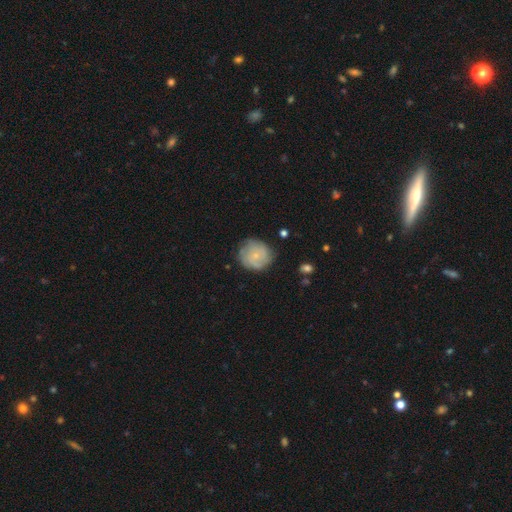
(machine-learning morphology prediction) A featured or disk galaxy (50%).

Vote fractions:
- Smooth or featured? featured or disk: 50% / smooth: 43% / star or artifact: 7%
- Edge-on disk? no: 98% / yes: 2%
- Merging? none: 74% / minor disturbance: 18% / major disturbance: 6% / merger: 2%